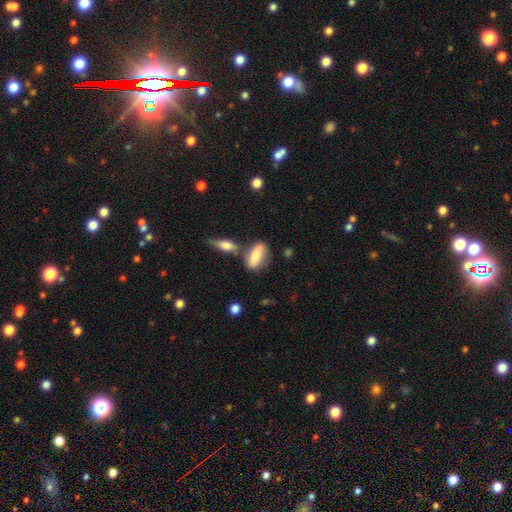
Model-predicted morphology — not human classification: This is likely a smooth galaxy (75%). How rounded: clearly in between (81%). Merging: possibly none (57%).